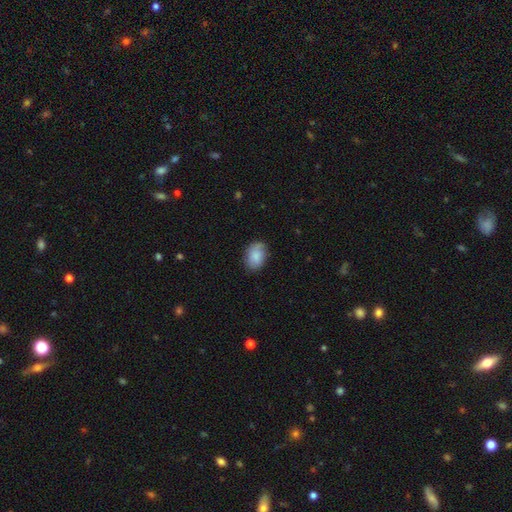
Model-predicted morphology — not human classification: The model was most divided on "merging": none: 74%, minor disturbance: 20%, major disturbance: 4%, merger: 1%. More confident: smooth or featured — smooth (81%); how rounded — in between (79%).